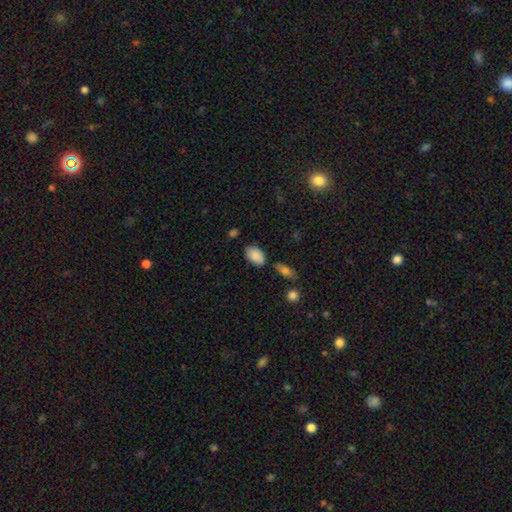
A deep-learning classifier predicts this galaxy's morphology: Smooth or featured? Predicted: smooth (p=0.87). How rounded? Predicted: in between (p=0.91). Merging? Predicted: none (p=0.77).